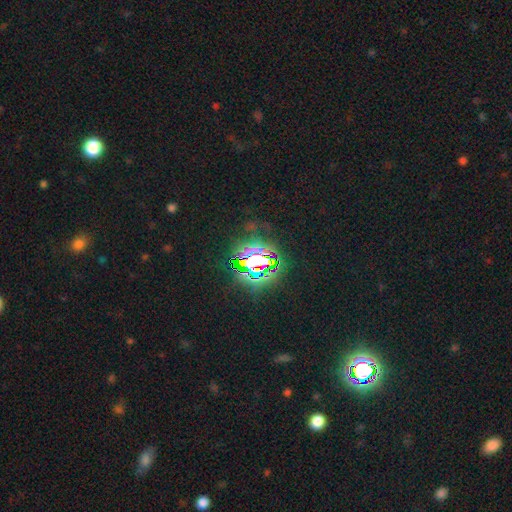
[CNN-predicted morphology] type=star or artifact (83%).